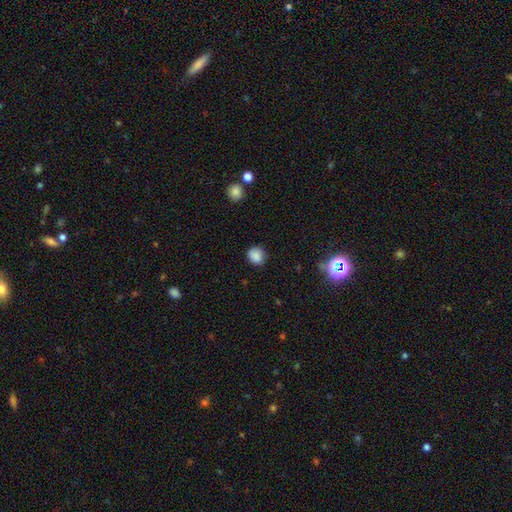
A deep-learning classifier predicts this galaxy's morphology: Smooth or featured? smooth (86%)
How rounded? round (79%)
Merging? none (83%)